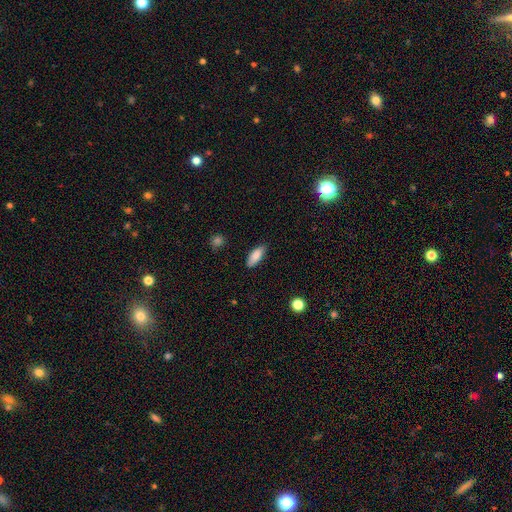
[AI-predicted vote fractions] This is clearly a smooth galaxy (85%). How rounded: likely in between (74%). Merging: clearly none (83%).